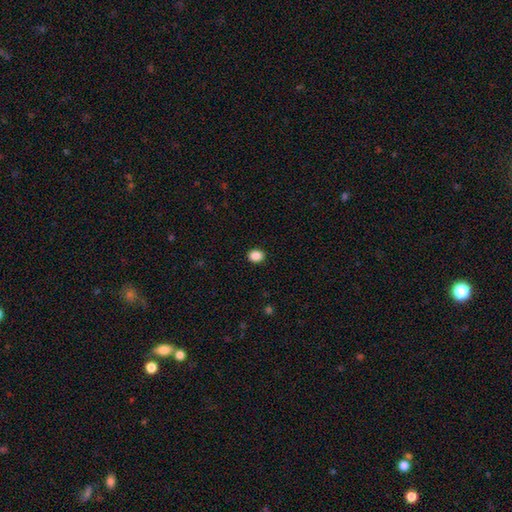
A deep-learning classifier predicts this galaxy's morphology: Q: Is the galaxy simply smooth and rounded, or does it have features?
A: smooth — 87%.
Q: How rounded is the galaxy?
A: round — 60%.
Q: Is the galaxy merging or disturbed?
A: none — 91%.